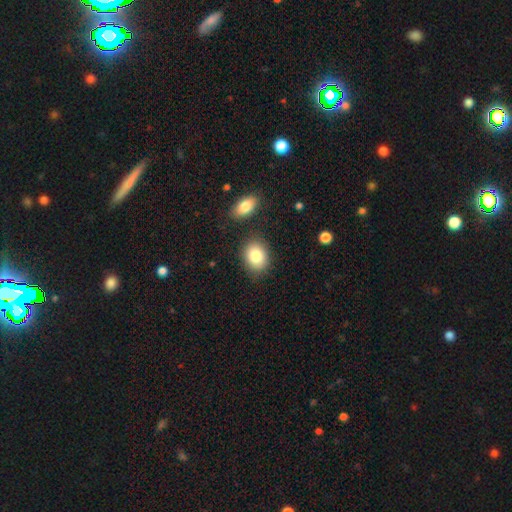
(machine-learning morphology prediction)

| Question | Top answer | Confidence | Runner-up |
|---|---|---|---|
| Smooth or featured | smooth | 83% | featured or disk (9%) |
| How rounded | in between | 61% | round (38%) |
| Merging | none | 81% | minor disturbance (10%) |